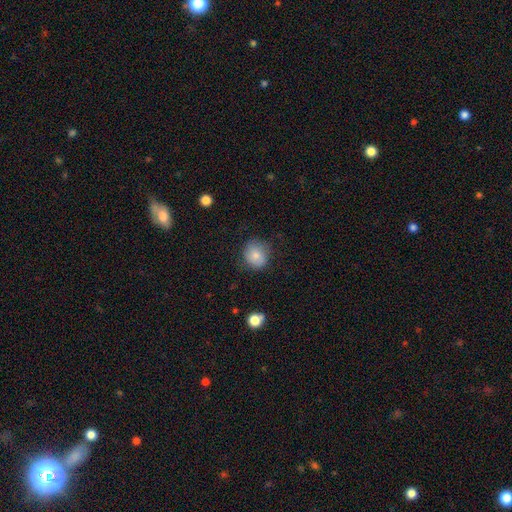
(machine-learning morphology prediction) A smooth galaxy with no disk features (79%) that is round (81%). Merging: none (72%).